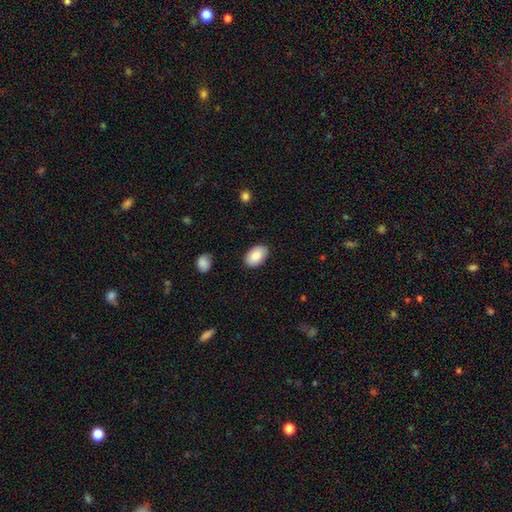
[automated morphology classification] Smooth or featured?
  - smooth: 87% *
  - featured or disk: 7%
  - star or artifact: 6%
How rounded?
  - in between: 91% *
  - round: 8%
  - cigar-shaped: 1%
Merging?
  - none: 86% *
  - minor disturbance: 11%
  - major disturbance: 2%
  - merger: 1%